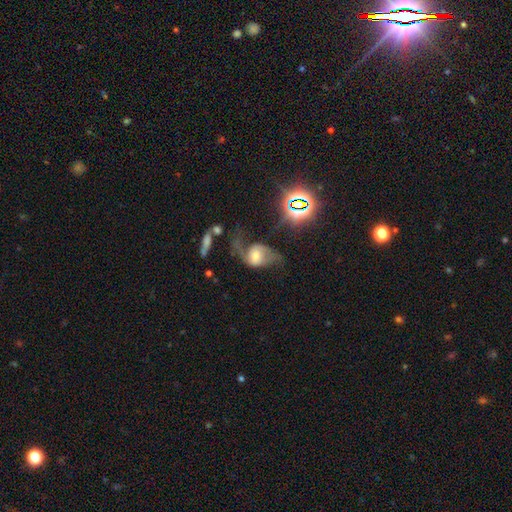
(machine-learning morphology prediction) Q: Smooth or featured?
A: featured or disk (63%); runner-up: smooth (25%)
Q: Edge-on disk?
A: no (95%); runner-up: yes (5%)
Q: Bar?
A: no (61%); runner-up: weak (29%)
Q: Spiral arms?
A: yes (83%); runner-up: no (17%)
Q: Bulge size?
A: moderate (54%); runner-up: small (26%)
Q: Merging?
A: major disturbance (40%); runner-up: none (30%)